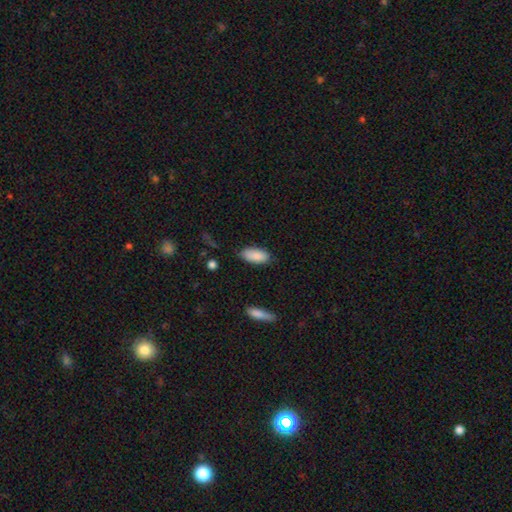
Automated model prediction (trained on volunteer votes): Smooth or featured?
  - smooth: 88% *
  - featured or disk: 6%
  - star or artifact: 6%
How rounded?
  - in between: 90% *
  - cigar-shaped: 8%
  - round: 2%
Merging?
  - none: 81% *
  - minor disturbance: 15%
  - major disturbance: 3%
  - merger: 2%